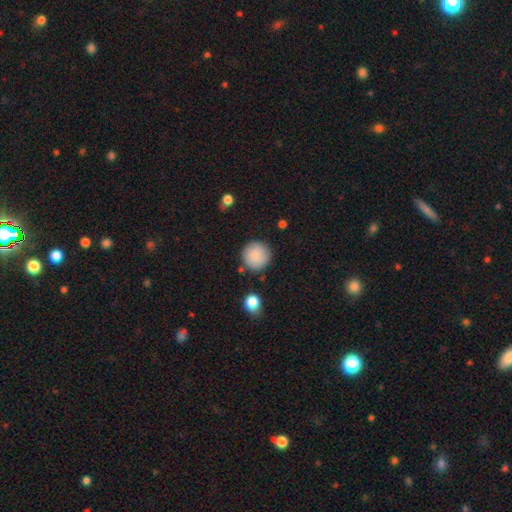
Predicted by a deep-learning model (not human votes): The model was most divided on "merging": none: 86%, minor disturbance: 9%, major disturbance: 3%, merger: 2%. More confident: how rounded — round (95%); smooth or featured — smooth (87%).